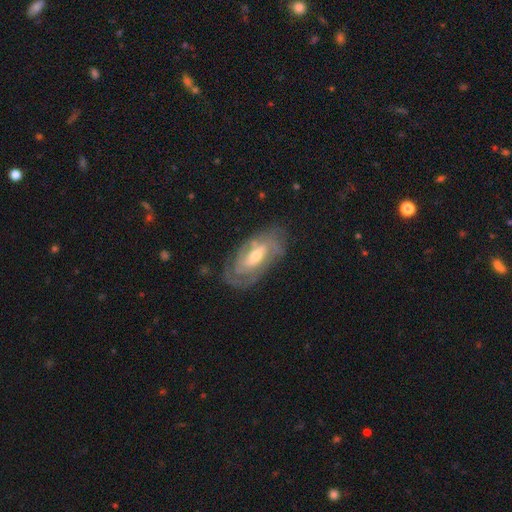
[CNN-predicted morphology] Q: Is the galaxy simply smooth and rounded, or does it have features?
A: featured or disk — 81%.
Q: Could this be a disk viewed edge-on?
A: no — 91%.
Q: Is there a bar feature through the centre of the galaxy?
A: weak — 42%.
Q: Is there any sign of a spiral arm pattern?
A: yes — 89%.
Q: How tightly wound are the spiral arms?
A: tight — 61%.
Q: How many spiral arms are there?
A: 2 — 39%.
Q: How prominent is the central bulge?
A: moderate — 56%.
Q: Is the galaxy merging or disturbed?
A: none — 73%.